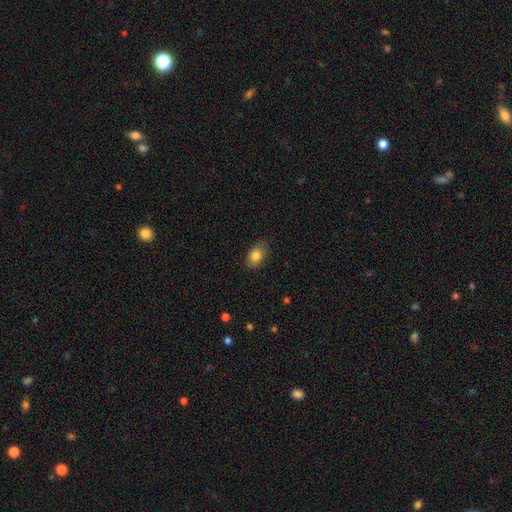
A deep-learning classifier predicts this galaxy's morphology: Overall: smooth (82%). How rounded: in between (85%). Merging: none (83%).